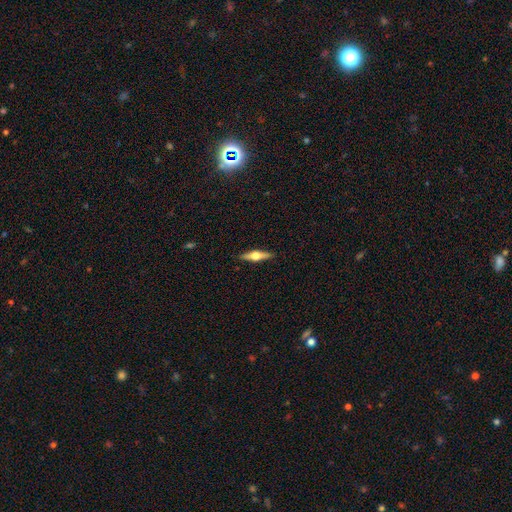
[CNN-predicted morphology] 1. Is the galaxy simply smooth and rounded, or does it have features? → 67% featured or disk, 27% smooth, 6% star or artifact.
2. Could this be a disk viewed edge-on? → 97% yes, 3% no.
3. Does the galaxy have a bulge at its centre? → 95% rounded, 3% boxy, 2% none.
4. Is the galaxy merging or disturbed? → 90% none, 7% minor disturbance, 2% major disturbance, 1% merger.